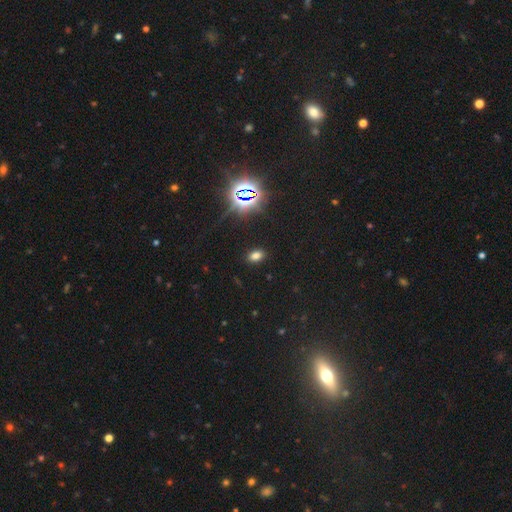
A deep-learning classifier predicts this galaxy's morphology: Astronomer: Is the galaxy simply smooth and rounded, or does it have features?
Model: smooth — 69%.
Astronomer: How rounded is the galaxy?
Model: in between — 87%.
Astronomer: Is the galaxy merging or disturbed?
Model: none — 89%.